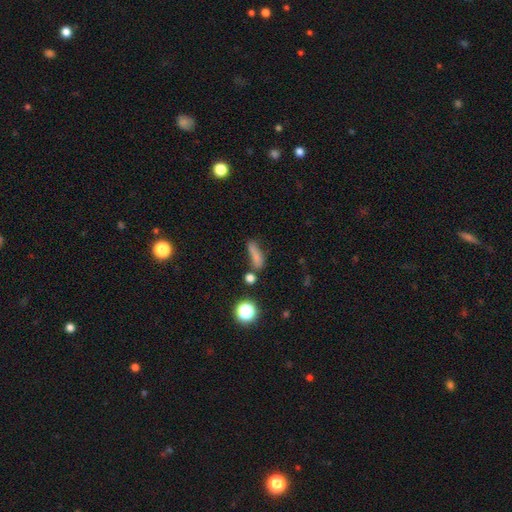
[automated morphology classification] A smooth galaxy with no disk features (70%) that is cigar-shaped (52%). Merging: none (50%).